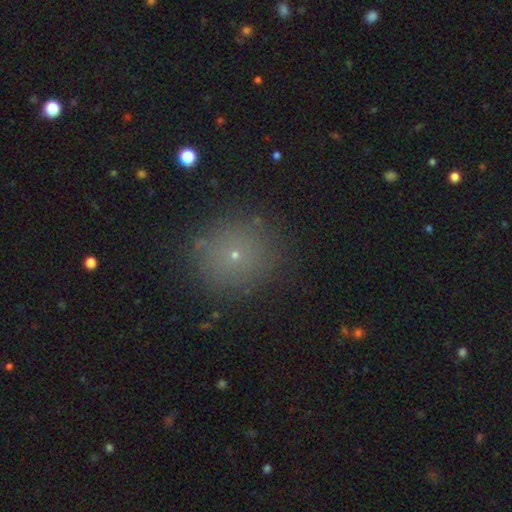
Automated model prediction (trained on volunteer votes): The model was most divided on "smooth or featured": smooth: 64%, star or artifact: 26%, featured or disk: 10%. More confident: how rounded — round (92%); merging — none (87%).